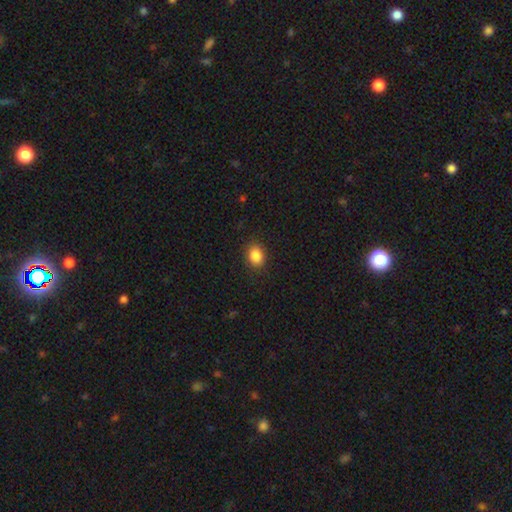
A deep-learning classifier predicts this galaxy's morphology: This is clearly a smooth galaxy (86%). How rounded: possibly in between (58%). Merging: clearly none (88%).